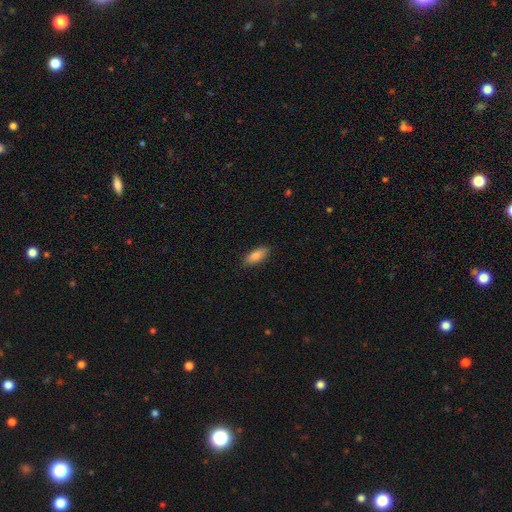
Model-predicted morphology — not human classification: Smooth or featured: smooth — 80% (featured or disk — 13%)
How rounded: in between — 79% (cigar-shaped — 18%)
Merging: none — 86% (minor disturbance — 11%)